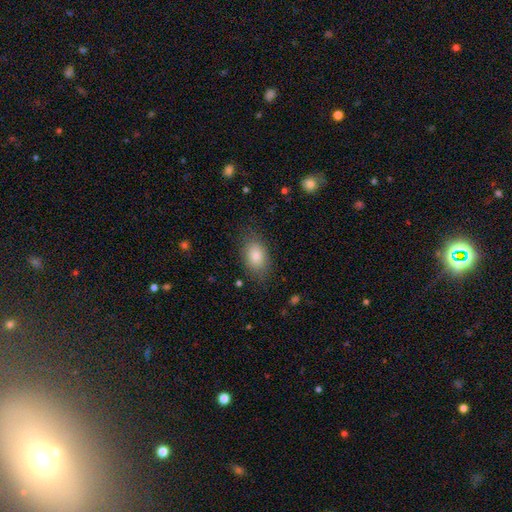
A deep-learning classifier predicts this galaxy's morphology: Smooth or featured? Predicted: smooth (p=0.85). How rounded? Predicted: in between (p=0.89). Merging? Predicted: none (p=0.79).